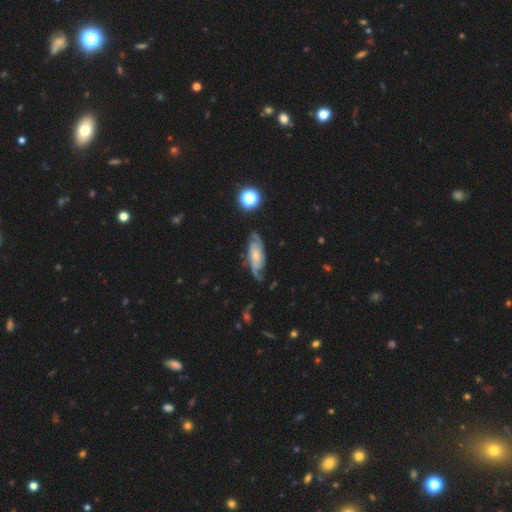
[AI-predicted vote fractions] Morphology: type=featured or disk (76%); edge-on=no (90%); bar=no (61%); spiral arms=yes (94%); winding=medium (41%); arm count=2 (64%); bulge=small (56%); merging=none (68%).